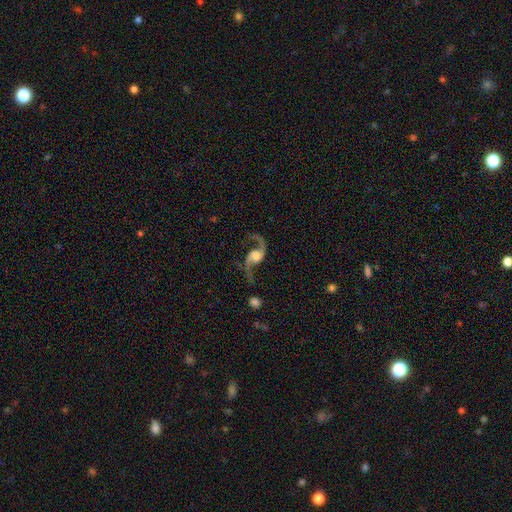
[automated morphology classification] featured or disk 90%, star or artifact 5%, smooth 5%. Down the decision tree: edge-on disk — no (97%); bar — no (57%); spiral arms — yes (97%); spiral arm count — 2 (93%); spiral winding — loose (80%); bulge size — moderate (39%); merging — none (67%).